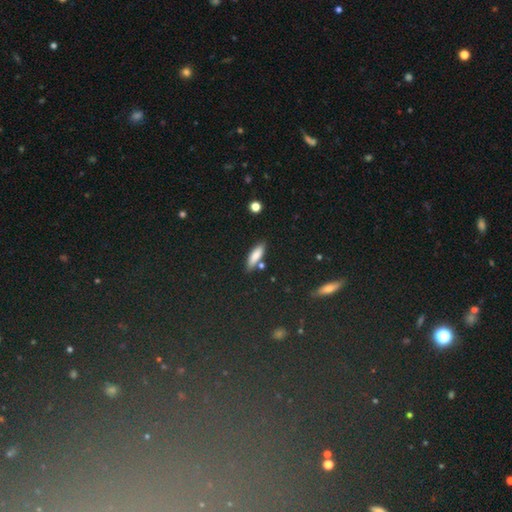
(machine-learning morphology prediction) Overall: smooth (80%). How rounded: cigar-shaped (55%; in between 42%). Merging: none (78%).